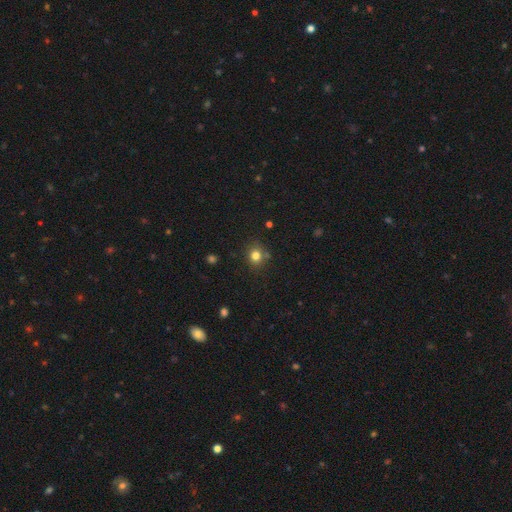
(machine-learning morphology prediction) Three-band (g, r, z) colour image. It shows a smooth galaxy with no disk features (79%) that is round (80%). Merging: none (79%).